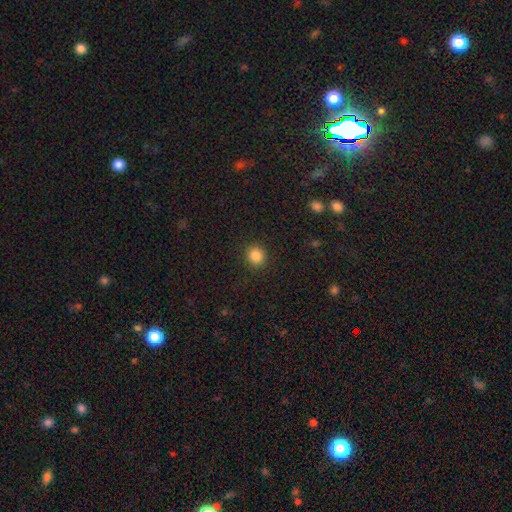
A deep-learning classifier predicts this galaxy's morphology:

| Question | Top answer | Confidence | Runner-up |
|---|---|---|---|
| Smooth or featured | smooth | 86% | star or artifact (11%) |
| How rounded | round | 87% | in between (12%) |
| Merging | none | 90% | minor disturbance (6%) |